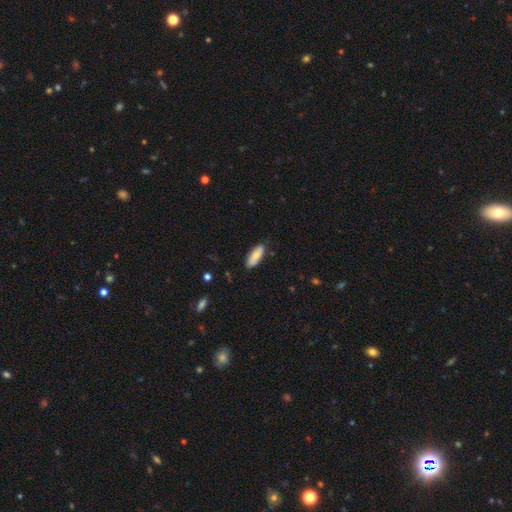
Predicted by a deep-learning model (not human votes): smooth 81%, featured or disk 13%, star or artifact 6%. Down the decision tree: how rounded — in between (69%); merging — none (84%).